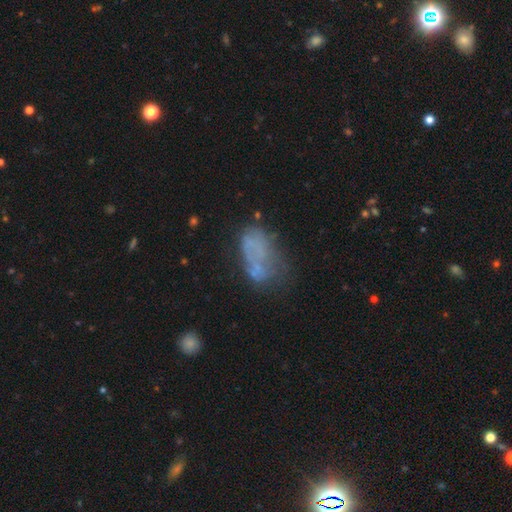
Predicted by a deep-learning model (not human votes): Smooth or featured? Predicted: smooth (p=0.41, tied with featured or disk). Merging? Predicted: none (p=0.40).